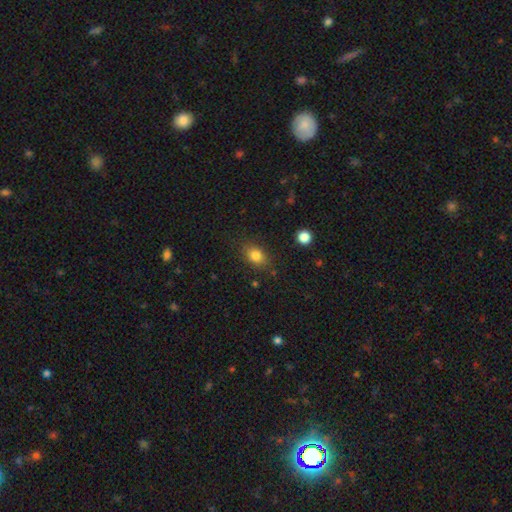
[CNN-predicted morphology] A smooth galaxy with no disk features (82%) that is in between round and cigar-shaped (68%).

Vote fractions:
- Smooth or featured? smooth: 82% / star or artifact: 11% / featured or disk: 7%
- How rounded? in between: 68% / round: 31% / cigar-shaped: 2%
- Merging? none: 81% / minor disturbance: 13% / major disturbance: 4% / merger: 2%